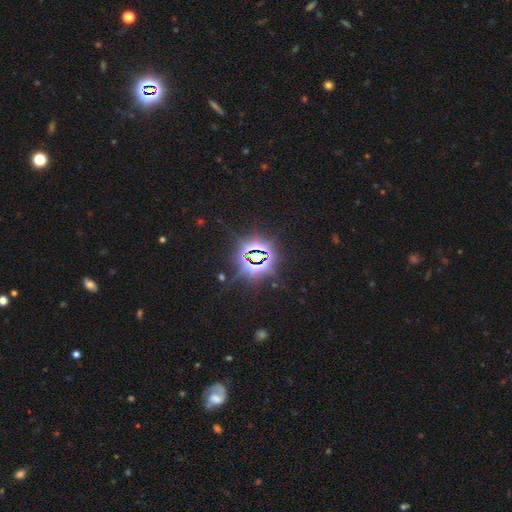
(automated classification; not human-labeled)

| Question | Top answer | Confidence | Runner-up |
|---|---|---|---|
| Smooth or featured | star or artifact | 83% | smooth (9%) |